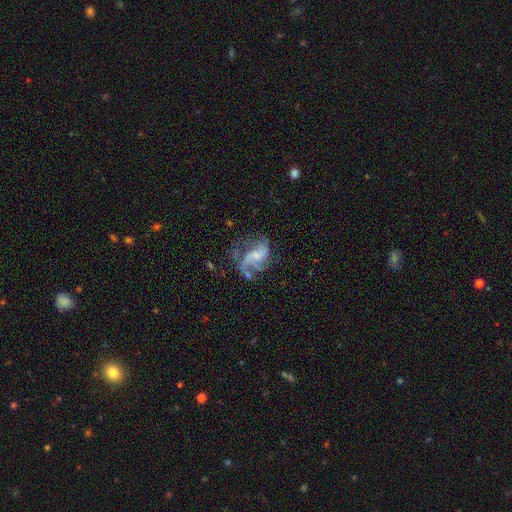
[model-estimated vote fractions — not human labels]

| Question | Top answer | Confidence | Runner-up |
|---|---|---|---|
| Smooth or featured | featured or disk | 81% | smooth (11%) |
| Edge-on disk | no | 98% | yes (2%) |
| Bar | no | 51% | weak (39%) |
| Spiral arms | yes | 89% | no (11%) |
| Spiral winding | loose | 43% | tied: medium (43%) |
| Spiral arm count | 2 | 35% | 3 (28%) |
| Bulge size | small | 51% | moderate (25%) |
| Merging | none | 43% | major disturbance (32%) |